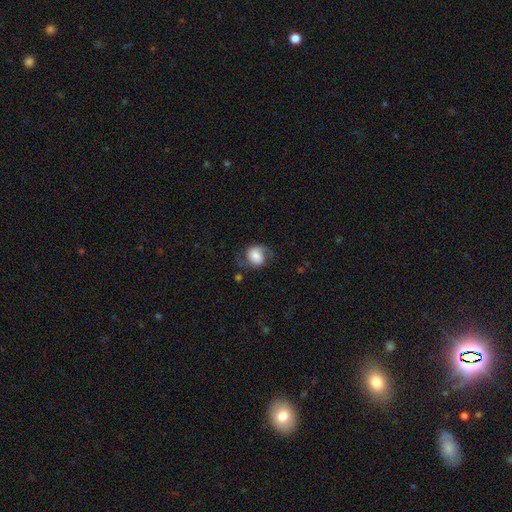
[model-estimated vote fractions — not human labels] Smooth or featured? Predicted: featured or disk (p=0.47). Merging? Predicted: none (p=0.60).